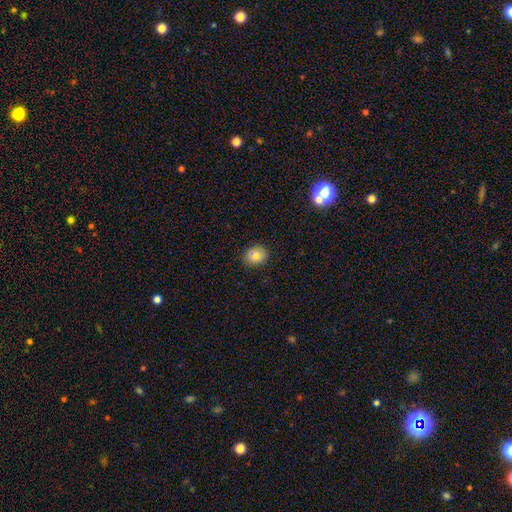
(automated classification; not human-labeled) Morphology: type=smooth (81%); roundness=round (55%); merging=none (87%).